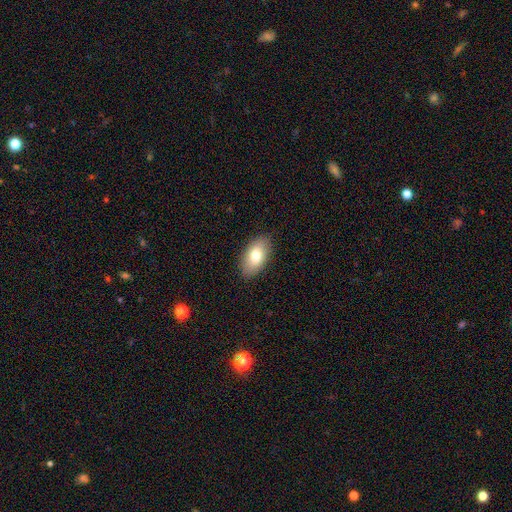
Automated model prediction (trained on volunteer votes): Smooth or featured?
  - smooth: 78% *
  - featured or disk: 15%
  - star or artifact: 7%
How rounded?
  - in between: 93% *
  - round: 4%
  - cigar-shaped: 3%
Merging?
  - none: 87% *
  - minor disturbance: 9%
  - major disturbance: 2%
  - merger: 1%